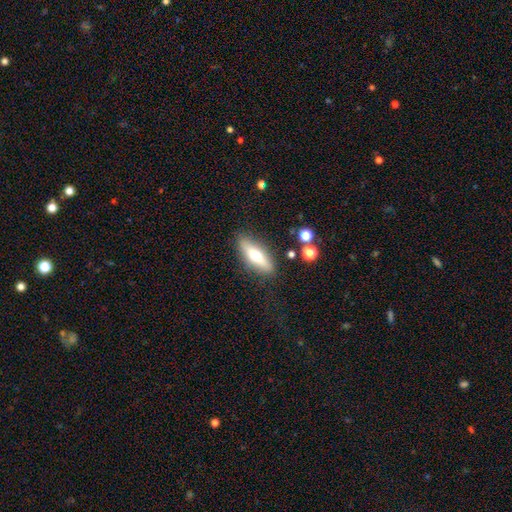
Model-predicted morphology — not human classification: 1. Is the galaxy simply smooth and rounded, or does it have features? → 52% smooth, 41% featured or disk, 7% star or artifact.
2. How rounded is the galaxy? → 52% cigar-shaped, 46% in between, 3% round.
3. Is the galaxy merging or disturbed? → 84% none, 11% minor disturbance, 3% major disturbance, 2% merger.